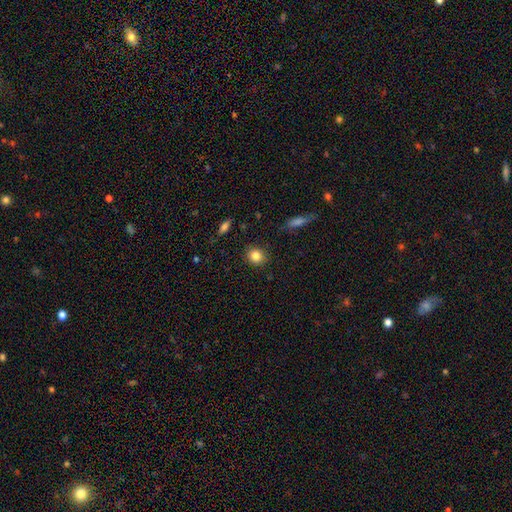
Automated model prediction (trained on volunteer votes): Smooth or featured?
  - smooth: 84% *
  - star or artifact: 10%
  - featured or disk: 7%
How rounded?
  - round: 75% *
  - in between: 24%
  - cigar-shaped: 1%
Merging?
  - none: 89% *
  - minor disturbance: 8%
  - major disturbance: 2%
  - merger: 1%